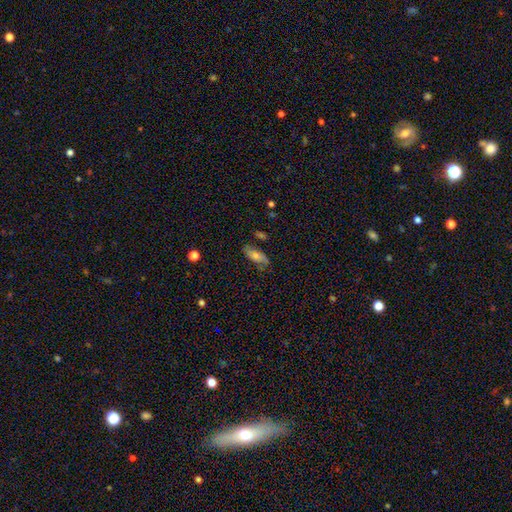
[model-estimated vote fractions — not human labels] This is possibly a smooth galaxy (54%). How rounded: likely in between (74%). Merging: likely none (72%).